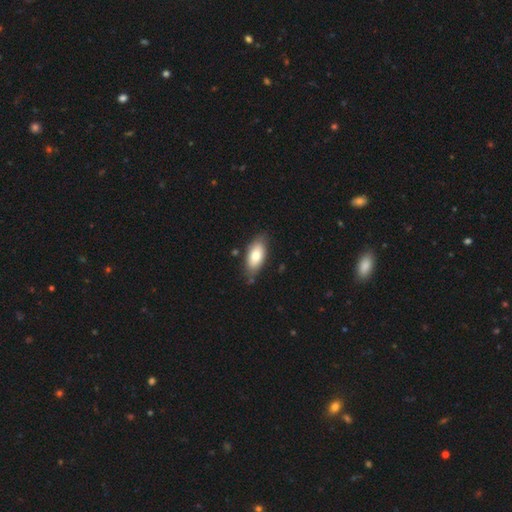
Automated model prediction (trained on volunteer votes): The model was most divided on "merging": none: 77%, minor disturbance: 17%, major disturbance: 3%, merger: 3%. More confident: how rounded — in between (89%); smooth or featured — smooth (78%).